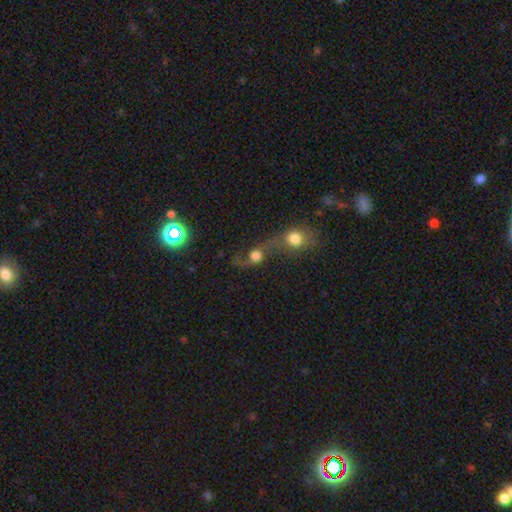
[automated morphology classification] The model was most divided on "smooth or featured": smooth: 57%, featured or disk: 26%, star or artifact: 17%. More confident: how rounded — round (73%); merging — merger (64%).